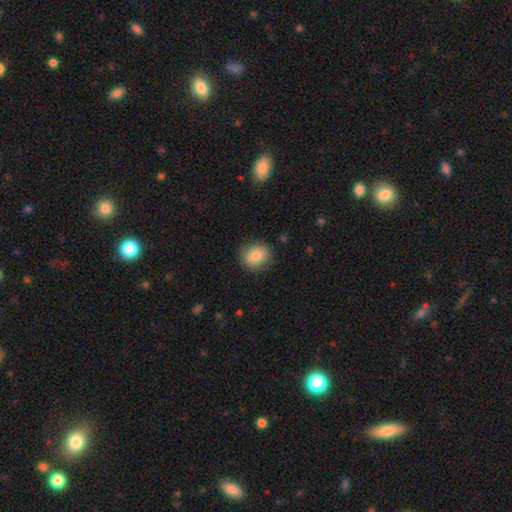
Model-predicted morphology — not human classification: This appears to be a smooth galaxy with no disk features (83%) that is round (71%). Merging: none (87%).